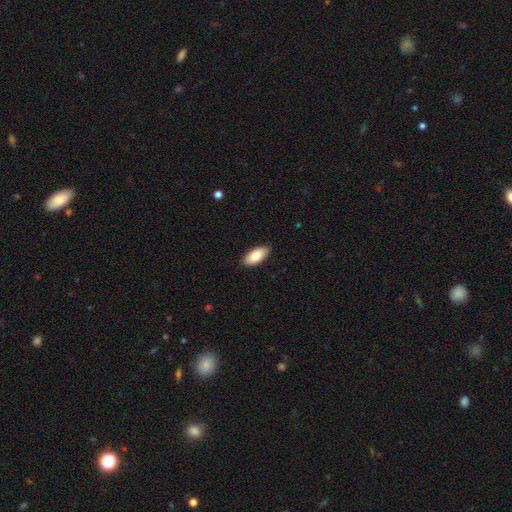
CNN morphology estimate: The model was most divided on "smooth or featured": smooth: 84%, featured or disk: 10%, star or artifact: 6%. More confident: how rounded — in between (90%); merging — none (89%).